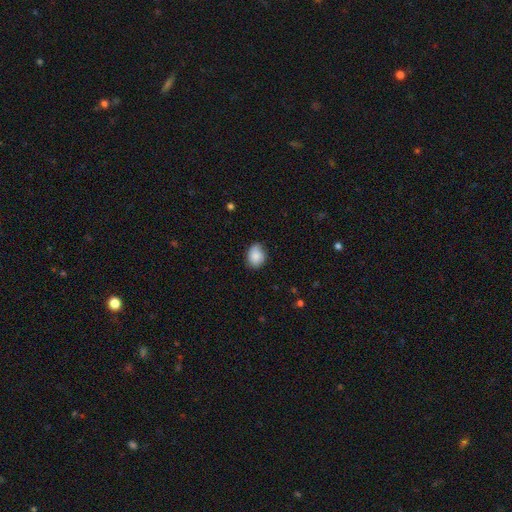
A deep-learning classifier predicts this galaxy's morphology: Overall: smooth (85%). How rounded: in between (60%; round 39%). Merging: none (72%).